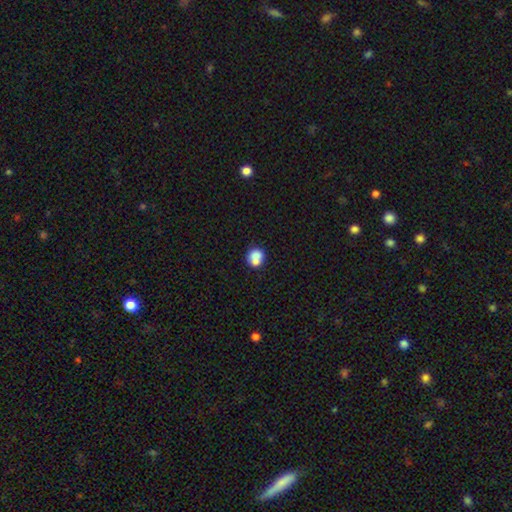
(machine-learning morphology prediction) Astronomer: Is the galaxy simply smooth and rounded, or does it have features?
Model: smooth — 73%.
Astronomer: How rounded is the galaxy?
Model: round — 76%.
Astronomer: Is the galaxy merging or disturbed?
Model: merger — 46% (runner-up: none, 40%).